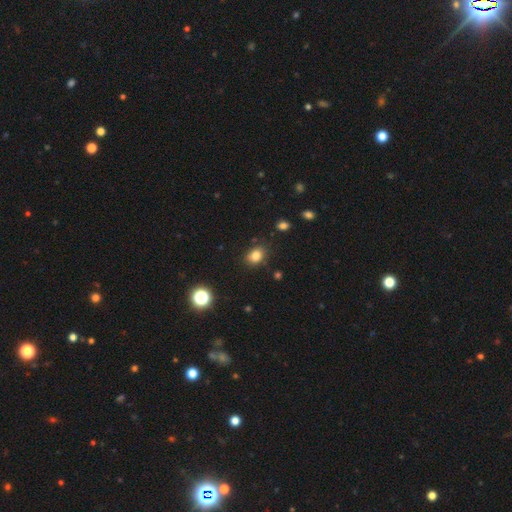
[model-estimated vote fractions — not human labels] This appears to be a smooth galaxy with no disk features (82%) that is in between round and cigar-shaped (56%). Merging: none (81%).